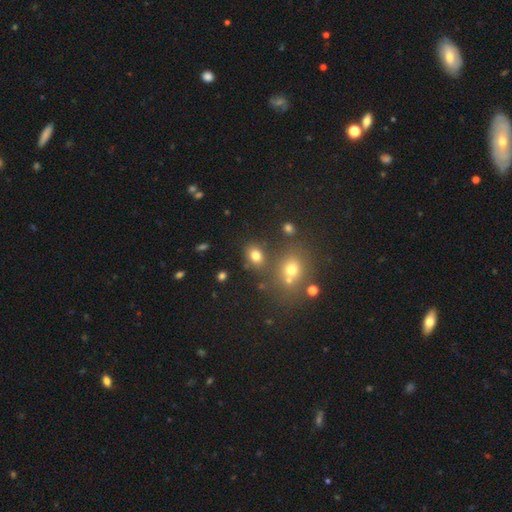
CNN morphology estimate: This appears to be a smooth galaxy with no disk features (75%) that is in between round and cigar-shaped (58%). Merging: none (71%).